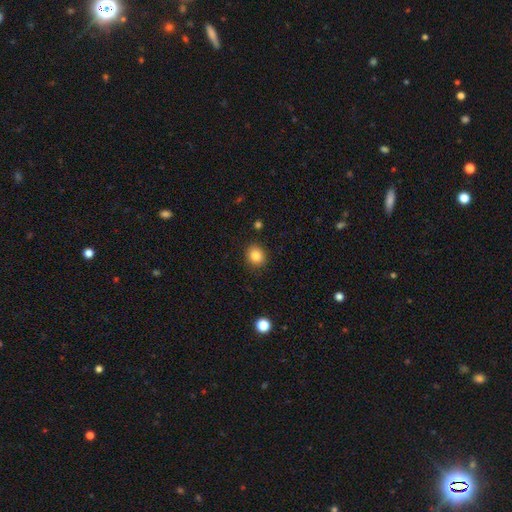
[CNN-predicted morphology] The model was most divided on "how rounded": round: 74%, in between: 26%, cigar-shaped: 1%. More confident: merging — none (89%); smooth or featured — smooth (85%).